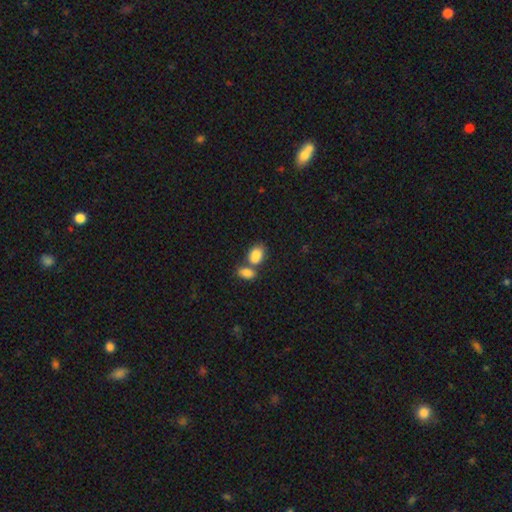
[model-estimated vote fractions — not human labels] Smooth or featured: smooth — 85% (star or artifact — 8%)
How rounded: in between — 79% (round — 19%)
Merging: merger — 54% (none — 32%)